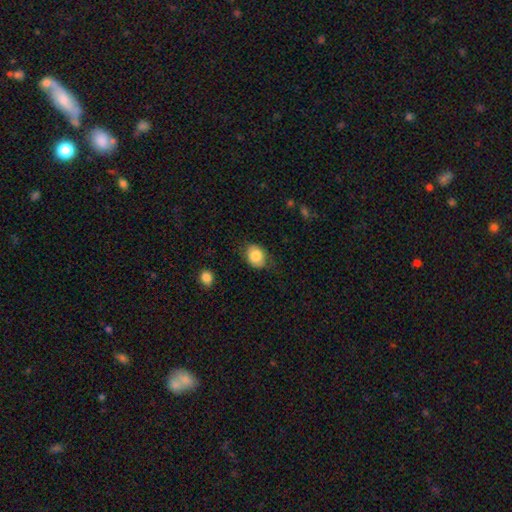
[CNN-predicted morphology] Q: Smooth or featured?
A: smooth (82%); runner-up: featured or disk (10%)
Q: How rounded?
A: in between (56%); runner-up: round (43%)
Q: Merging?
A: none (71%); runner-up: minor disturbance (22%)